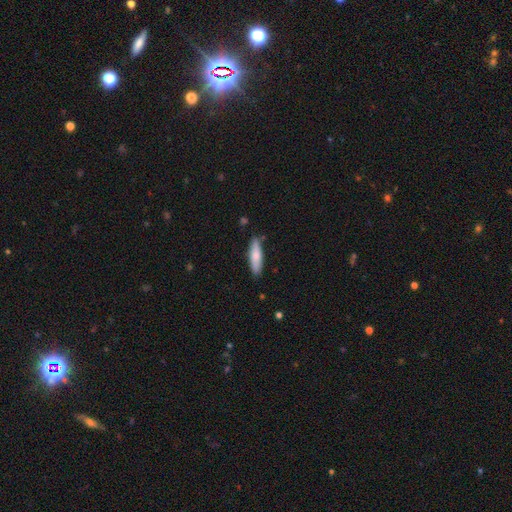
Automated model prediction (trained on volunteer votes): This appears to be a smooth galaxy with no disk features (75%) that is cigar-shaped (66%). Merging: none (83%).